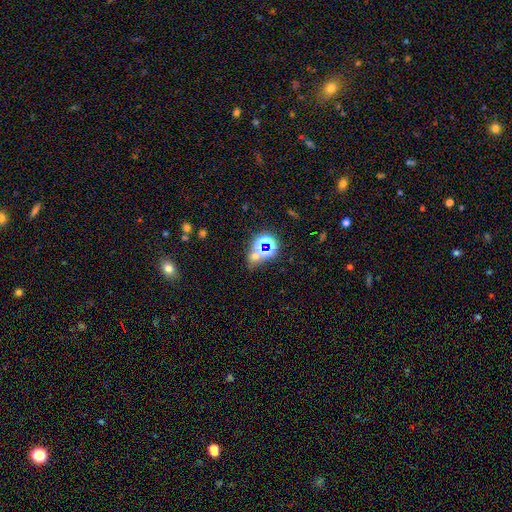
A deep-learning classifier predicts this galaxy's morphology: Smooth or featured? Predicted: star or artifact (p=0.55).